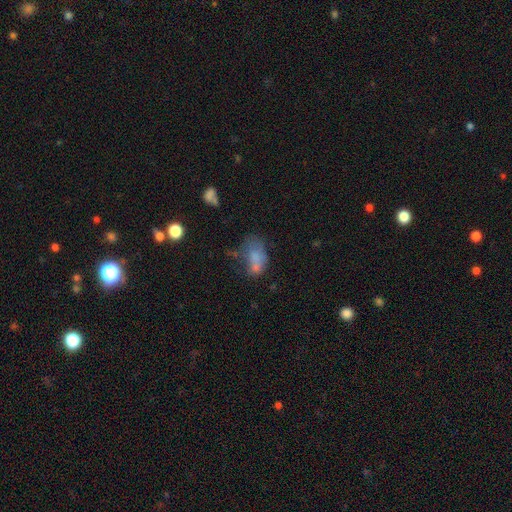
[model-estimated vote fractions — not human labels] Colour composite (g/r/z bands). It shows a smooth galaxy with no disk features (65%) that is in between round and cigar-shaped (88%). Merging: major disturbance (28%).